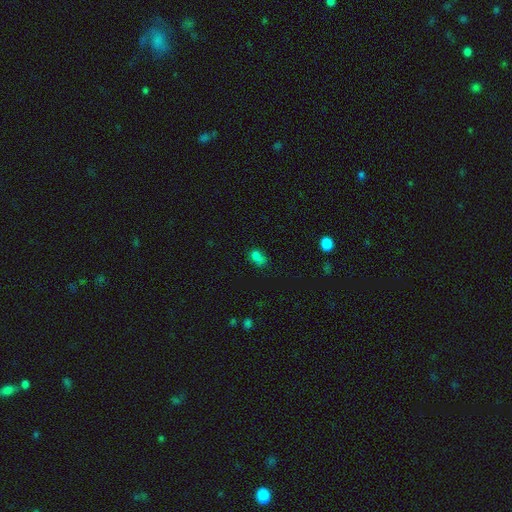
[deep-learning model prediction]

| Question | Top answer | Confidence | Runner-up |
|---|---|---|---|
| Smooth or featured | smooth | 73% | star or artifact (17%) |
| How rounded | in between | 73% | round (24%) |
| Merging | none | 42% | minor disturbance (26%) |